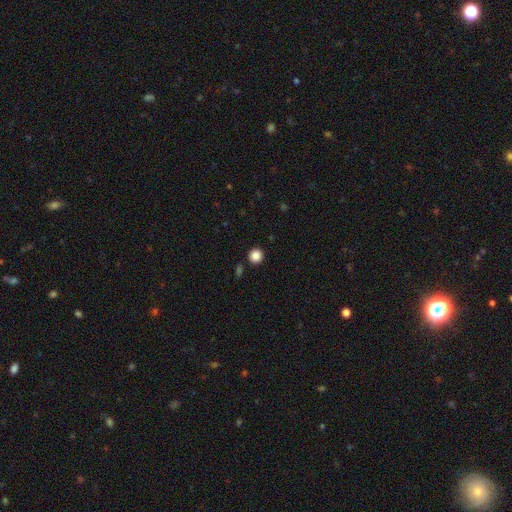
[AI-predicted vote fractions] Overall: smooth (86%). How rounded: round (95%). Merging: none (91%).